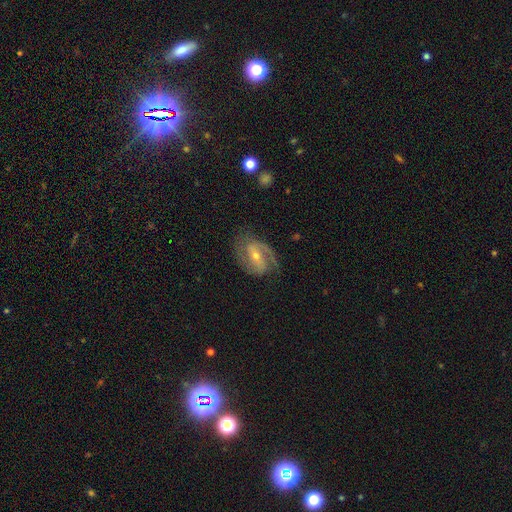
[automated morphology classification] type=featured or disk (86%); edge-on=no (97%); bar=weak (40%); spiral arms=yes (96%); winding=medium (51%); arm count=2 (85%); bulge=small (53%); merging=none (73%).